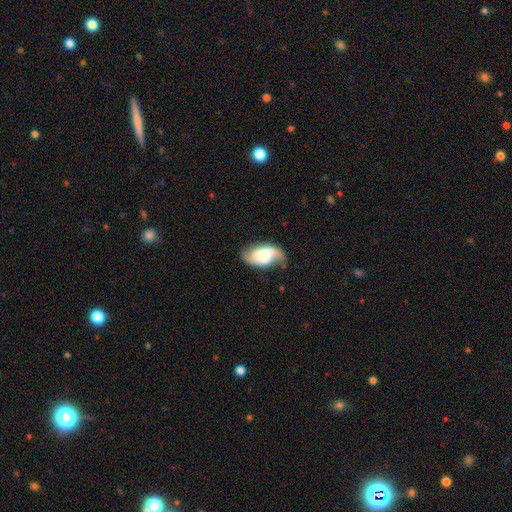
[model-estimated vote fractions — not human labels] smooth_or_featured: featured or disk (p=0.66) [alt: smooth p=0.28]
disk_edge_on: no (p=0.96) [alt: yes p=0.04]
bar: no (p=0.48) [alt: weak p=0.38]
has_spiral_arms: yes (p=0.92) [alt: no p=0.08]
spiral_winding: loose (p=0.46) [alt: medium p=0.38]
spiral_arm_count: 2 (p=0.82) [alt: 1 p=0.09]
bulge_size: moderate (p=0.28) [alt: large p=0.25]
merging: none (p=0.63) [alt: minor disturbance p=0.24]